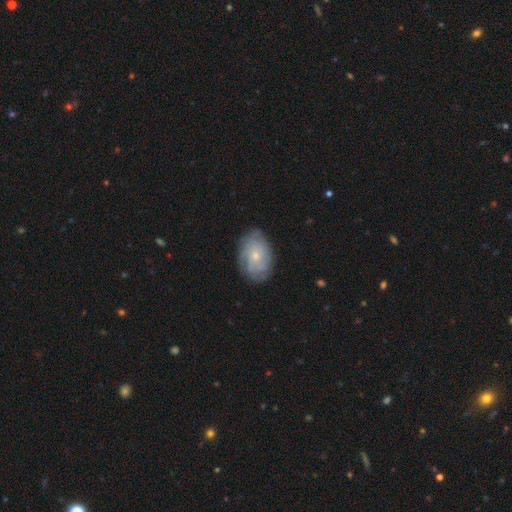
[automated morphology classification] Q: Smooth or featured?
A: featured or disk (52%); runner-up: smooth (41%)
Q: Edge-on disk?
A: no (95%); runner-up: yes (5%)
Q: Merging?
A: none (76%); runner-up: minor disturbance (18%)